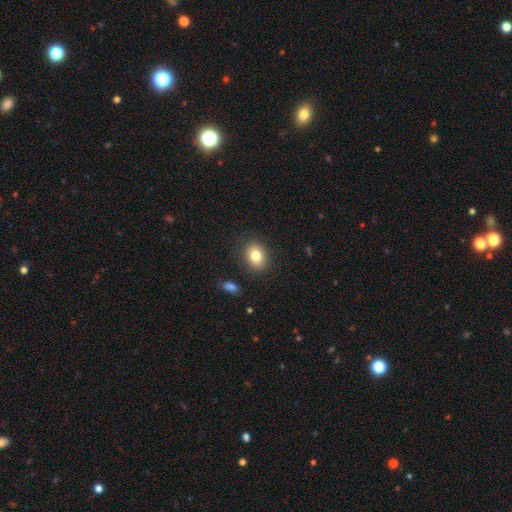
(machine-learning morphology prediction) smooth 82%, star or artifact 9%, featured or disk 9%. Down the decision tree: how rounded — in between (60%); merging — none (86%).